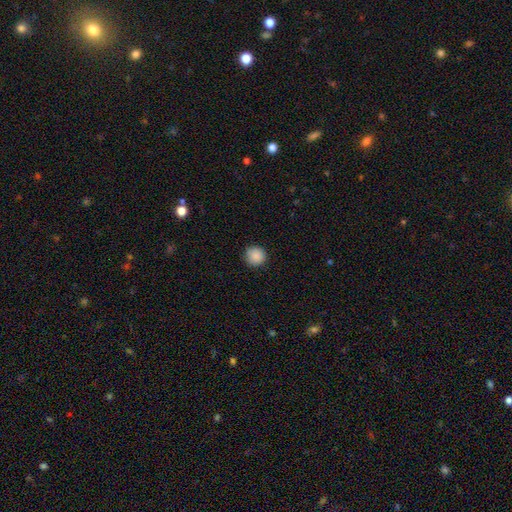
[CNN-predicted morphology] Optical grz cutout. It shows a smooth galaxy with no disk features (88%) that is round (94%). Merging: none (88%).